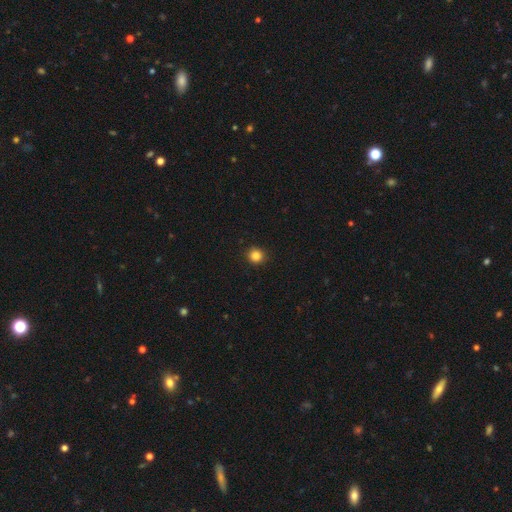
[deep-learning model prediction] Overall: smooth (85%). How rounded: round (93%). Merging: none (92%).